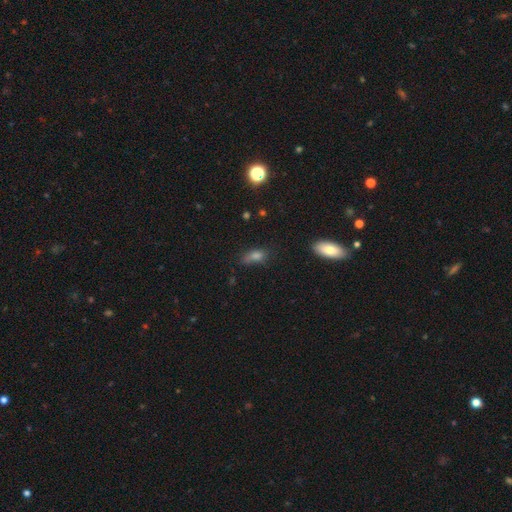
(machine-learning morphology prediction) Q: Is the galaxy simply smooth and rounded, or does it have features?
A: smooth — 70%.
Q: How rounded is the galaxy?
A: in between — 72%.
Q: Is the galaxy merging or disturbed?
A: none — 50%.